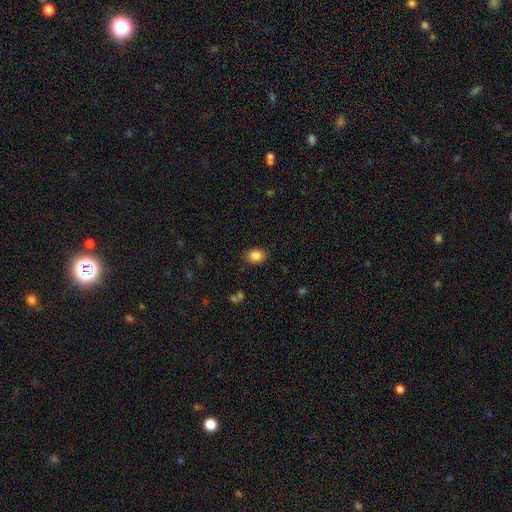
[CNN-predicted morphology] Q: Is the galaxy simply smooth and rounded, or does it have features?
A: smooth — 85%.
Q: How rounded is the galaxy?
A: in between — 62%.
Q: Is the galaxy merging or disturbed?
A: none — 85%.